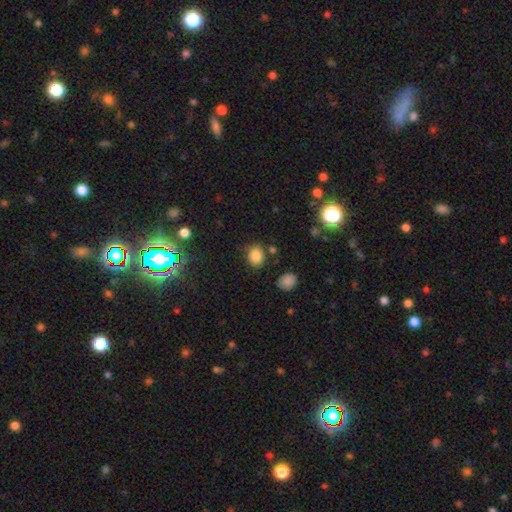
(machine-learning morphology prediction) Smooth or featured?
  - smooth: 84% *
  - star or artifact: 11%
  - featured or disk: 5%
How rounded?
  - round: 60% *
  - in between: 39%
  - cigar-shaped: 1%
Merging?
  - none: 77% *
  - minor disturbance: 14%
  - merger: 5%
  - major disturbance: 4%